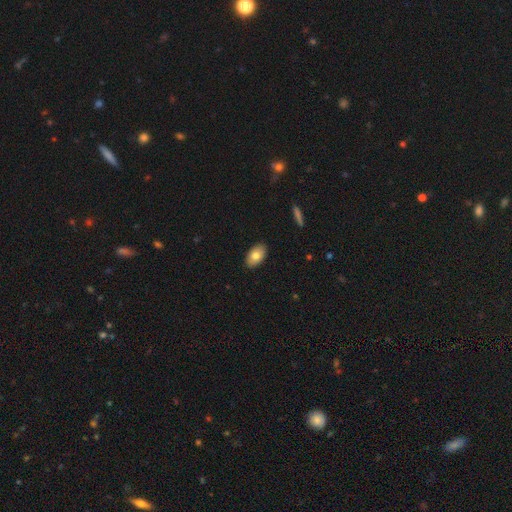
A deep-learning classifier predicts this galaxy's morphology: smooth-or-featured: smooth: 77% | featured or disk: 16% | star or artifact: 7%
  how-rounded: in between: 93% | round: 6% | cigar-shaped: 1%
  merging: none: 89% | minor disturbance: 8% | major disturbance: 2% | merger: 1%